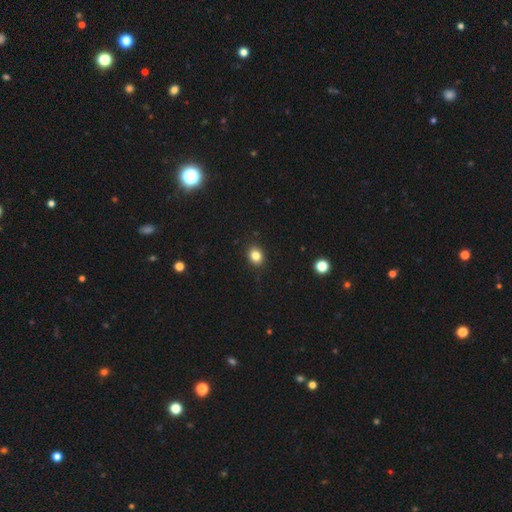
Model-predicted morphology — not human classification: Q: Smooth or featured?
A: smooth (83%); runner-up: star or artifact (11%)
Q: How rounded?
A: round (61%); runner-up: in between (38%)
Q: Merging?
A: none (90%); runner-up: minor disturbance (8%)